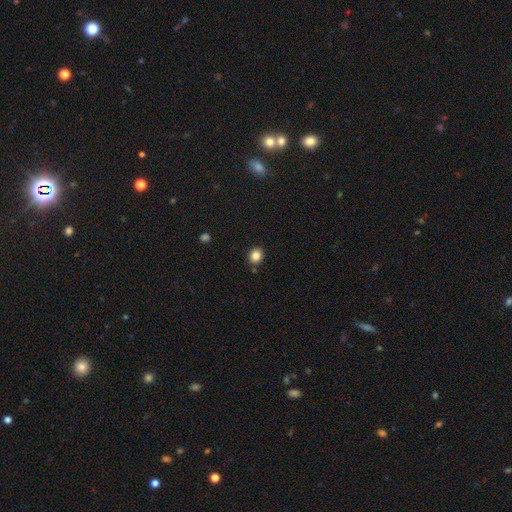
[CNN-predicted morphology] Smooth or featured: smooth — 85% (star or artifact — 11%)
How rounded: round — 74% (in between — 26%)
Merging: none — 86% (minor disturbance — 8%)